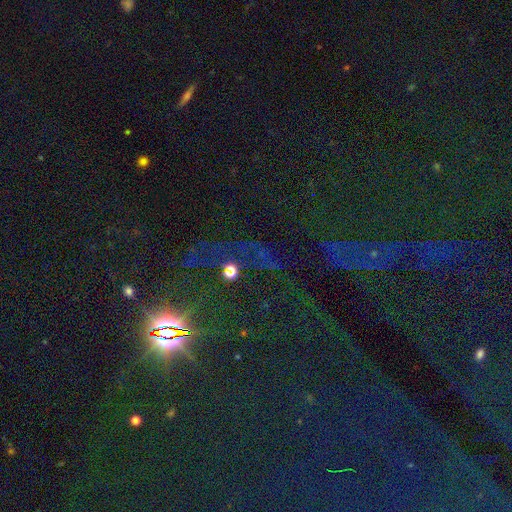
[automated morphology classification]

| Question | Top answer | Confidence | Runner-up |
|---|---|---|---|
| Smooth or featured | star or artifact | 83% | smooth (9%) |